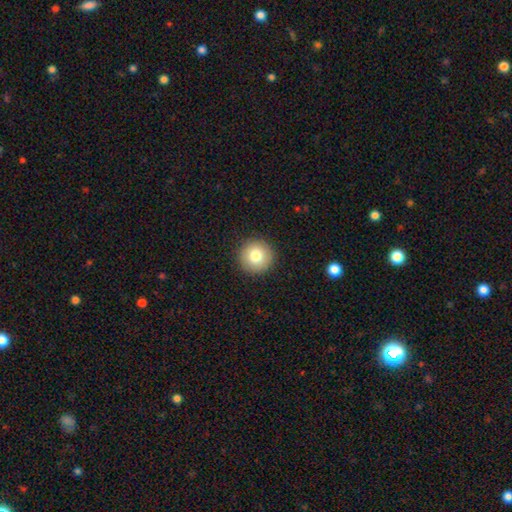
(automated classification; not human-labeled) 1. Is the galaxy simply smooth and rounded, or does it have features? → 79% smooth, 11% featured or disk, 10% star or artifact.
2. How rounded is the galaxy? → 96% round, 3% in between, 1% cigar-shaped.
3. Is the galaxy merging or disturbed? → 92% none, 5% minor disturbance, 2% major disturbance, 1% merger.